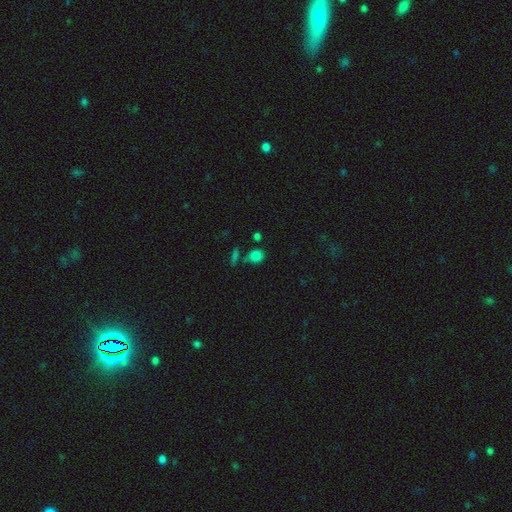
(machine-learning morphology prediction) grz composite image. It shows a smooth galaxy with no disk features (80%) that is round (71%). Merging: none (68%).